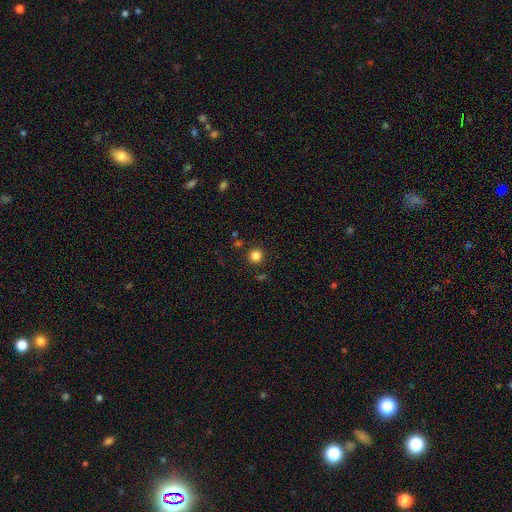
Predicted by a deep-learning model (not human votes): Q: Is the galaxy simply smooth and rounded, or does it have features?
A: smooth — 83%.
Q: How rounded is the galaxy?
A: round — 95%.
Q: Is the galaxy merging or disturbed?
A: none — 89%.